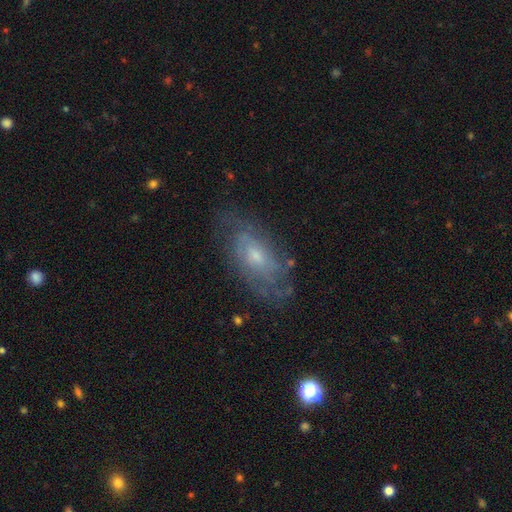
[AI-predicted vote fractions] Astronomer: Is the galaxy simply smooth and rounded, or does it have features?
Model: featured or disk — 69%.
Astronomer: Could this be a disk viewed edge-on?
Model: no — 90%.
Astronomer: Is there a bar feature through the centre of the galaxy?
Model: no — 70%.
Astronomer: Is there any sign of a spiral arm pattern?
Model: yes — 81%.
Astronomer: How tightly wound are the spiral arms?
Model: tight — 55% (runner-up: medium, 33%).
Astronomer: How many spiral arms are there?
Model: can't tell — 56%.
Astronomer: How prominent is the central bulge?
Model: small — 51% (runner-up: moderate, 42%).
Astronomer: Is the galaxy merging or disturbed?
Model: none — 72%.